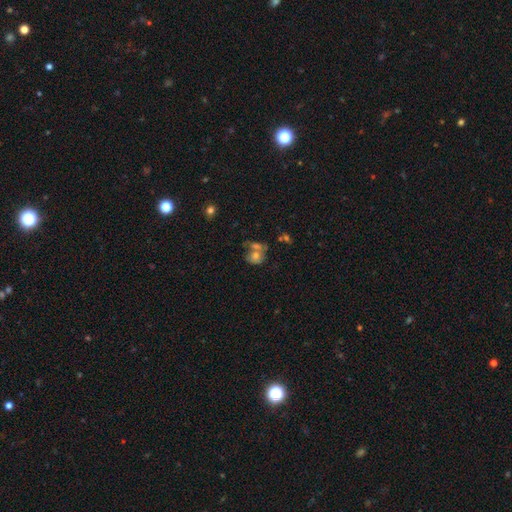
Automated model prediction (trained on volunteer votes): Smooth or featured? Predicted: smooth (p=0.60). How rounded? Predicted: round (p=0.58). Merging? Predicted: merger (p=0.44).